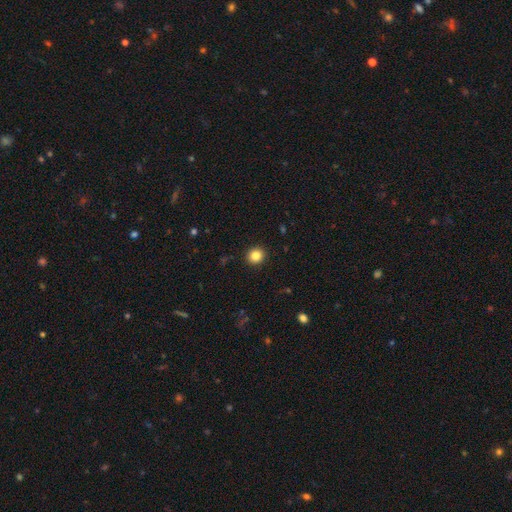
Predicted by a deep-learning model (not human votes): The model was most divided on "how rounded": round: 85%, in between: 14%, cigar-shaped: 1%. More confident: merging — none (92%); smooth or featured — smooth (84%).